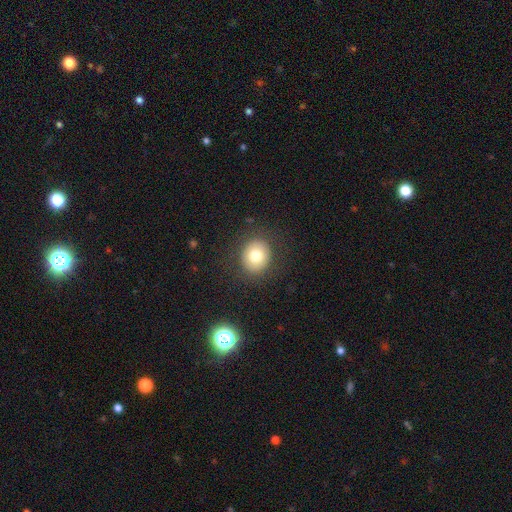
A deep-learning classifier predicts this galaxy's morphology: Overall: smooth (76%). How rounded: round (76%). Merging: none (87%).